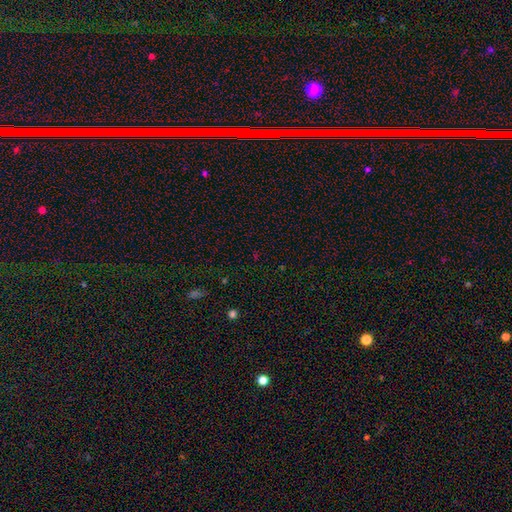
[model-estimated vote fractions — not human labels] Overall: star or artifact (63%; smooth 29%).